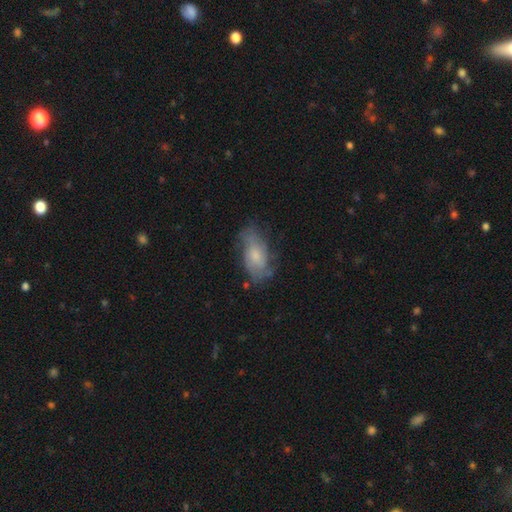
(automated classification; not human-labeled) Smooth or featured?
  - featured or disk: 54% *
  - smooth: 39%
  - star or artifact: 8%
Edge-on disk?
  - no: 93% *
  - yes: 7%
Merging?
  - none: 61% *
  - minor disturbance: 25%
  - major disturbance: 11%
  - merger: 2%